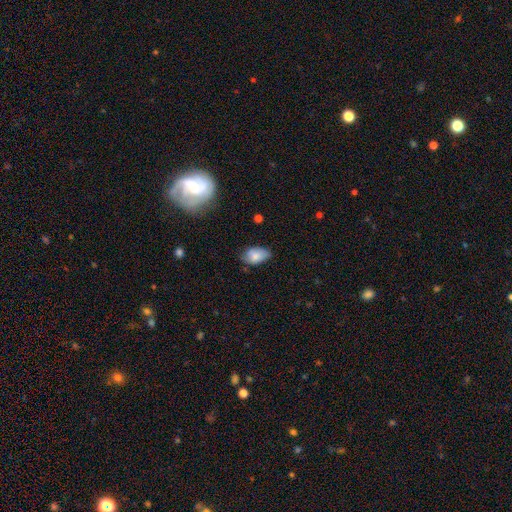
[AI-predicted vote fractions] This is likely a smooth galaxy (79%). How rounded: clearly in between (91%). Merging: likely none (62%).